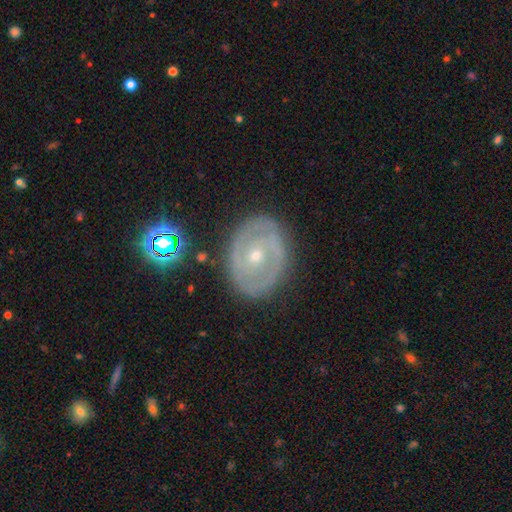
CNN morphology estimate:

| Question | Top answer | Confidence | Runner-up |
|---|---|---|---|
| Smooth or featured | featured or disk | 78% | smooth (16%) |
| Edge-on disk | no | 96% | yes (4%) |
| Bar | no | 61% | weak (29%) |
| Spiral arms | yes | 71% | no (29%) |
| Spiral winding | tight | 63% | medium (28%) |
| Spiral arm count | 2 | 56% | can't tell (27%) |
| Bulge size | small | 60% | moderate (37%) |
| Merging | none | 81% | minor disturbance (13%) |